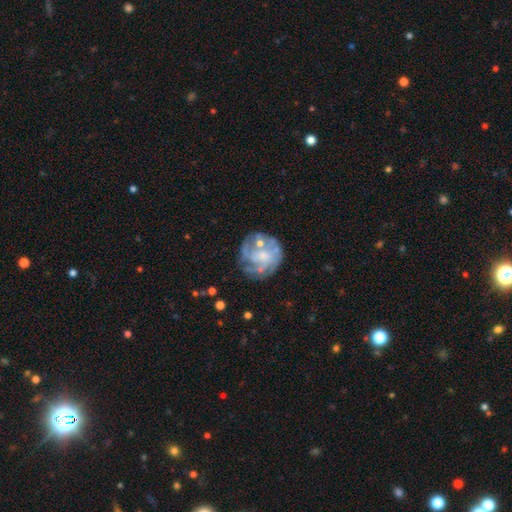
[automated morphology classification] Q: Smooth or featured?
A: featured or disk (69%); runner-up: smooth (21%)
Q: Edge-on disk?
A: no (97%); runner-up: yes (3%)
Q: Bar?
A: no (67%); runner-up: weak (27%)
Q: Spiral arms?
A: yes (70%); runner-up: no (30%)
Q: Bulge size?
A: small (41%); runner-up: moderate (33%)
Q: Merging?
A: none (65%); runner-up: minor disturbance (17%)